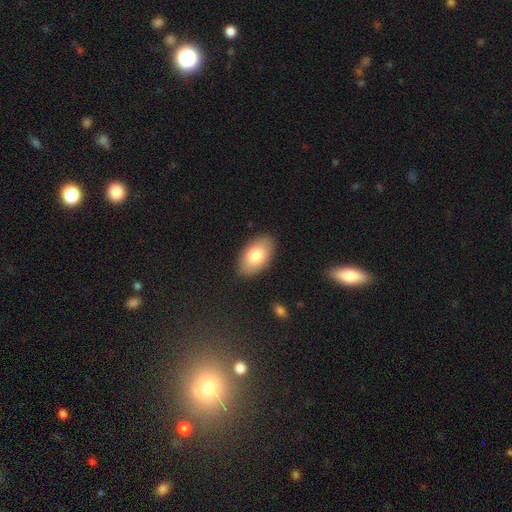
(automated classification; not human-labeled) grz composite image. It shows a smooth galaxy with no disk features (78%) that is in between round and cigar-shaped (93%). Merging: none (88%).